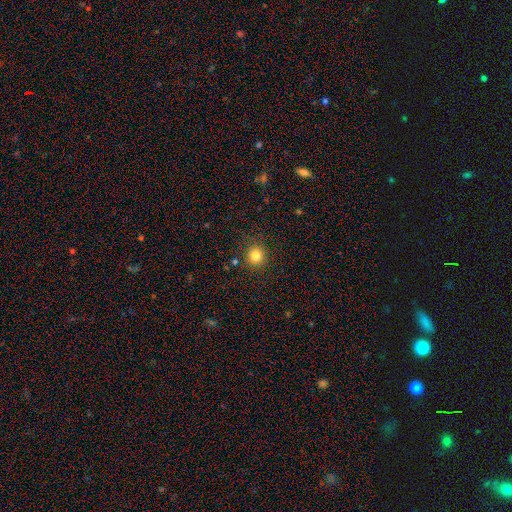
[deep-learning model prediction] Smooth or featured? smooth (82%)
How rounded? round (92%)
Merging? none (88%)